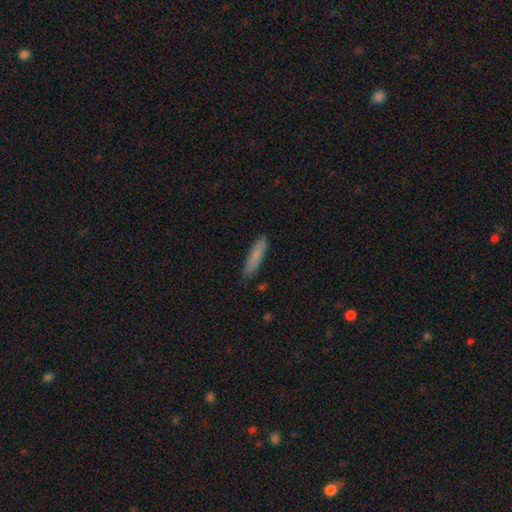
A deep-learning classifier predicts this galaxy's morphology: Overall: smooth (80%). How rounded: cigar-shaped (85%). Merging: none (81%).